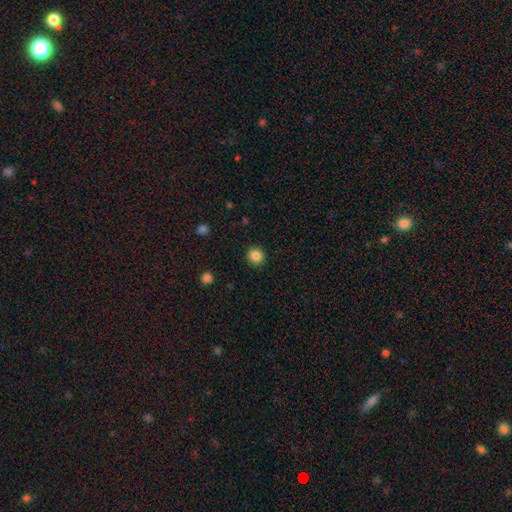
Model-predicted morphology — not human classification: type=smooth (85%); roundness=round (92%); merging=none (92%).